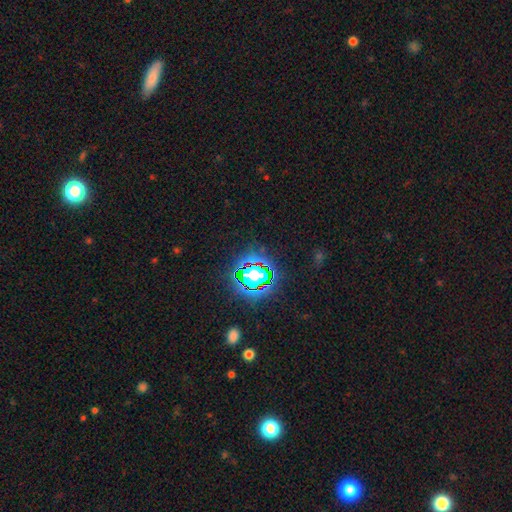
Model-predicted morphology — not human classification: smooth-or-featured: star or artifact: 82% | smooth: 11% | featured or disk: 7%